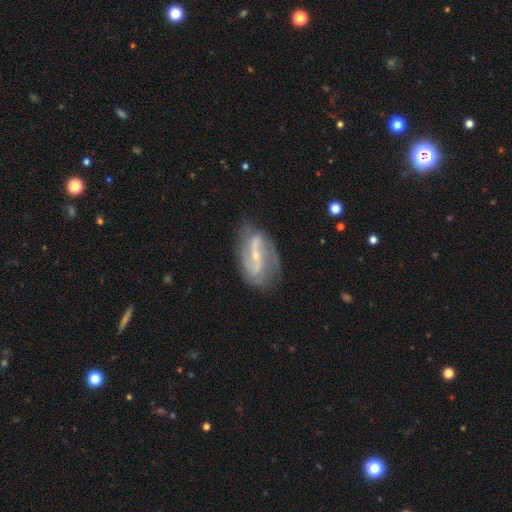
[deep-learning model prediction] Smooth or featured? featured or disk (87%)
Edge-on disk? no (96%)
Bar? weak (40%, tied with strong)
Spiral arms? yes (95%)
Spiral winding? loose (42%)
Spiral arm count? 2 (86%)
Bulge size? small (74%)
Merging? none (74%)